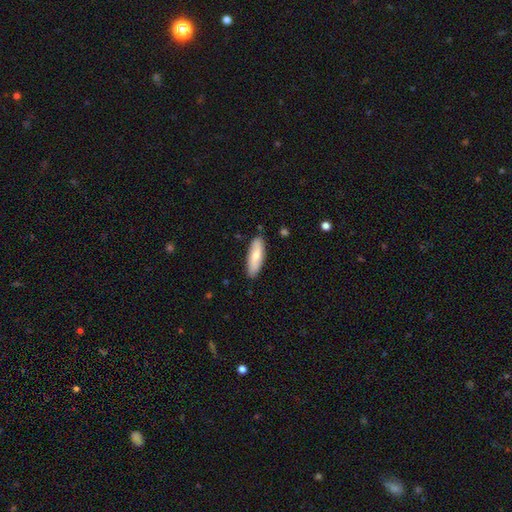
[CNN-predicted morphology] Overall: smooth (75%). How rounded: in between (54%; cigar-shaped 44%). Merging: none (87%).